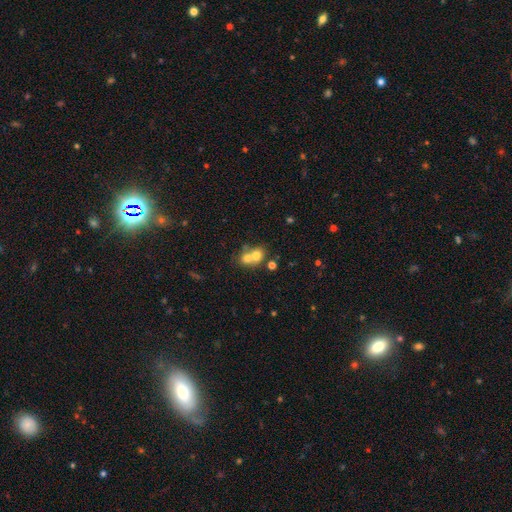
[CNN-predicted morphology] Smooth or featured?
  - smooth: 69% *
  - featured or disk: 19%
  - star or artifact: 12%
How rounded?
  - round: 72% *
  - in between: 27%
  - cigar-shaped: 1%
Merging?
  - merger: 65% *
  - none: 27%
  - minor disturbance: 5%
  - major disturbance: 3%